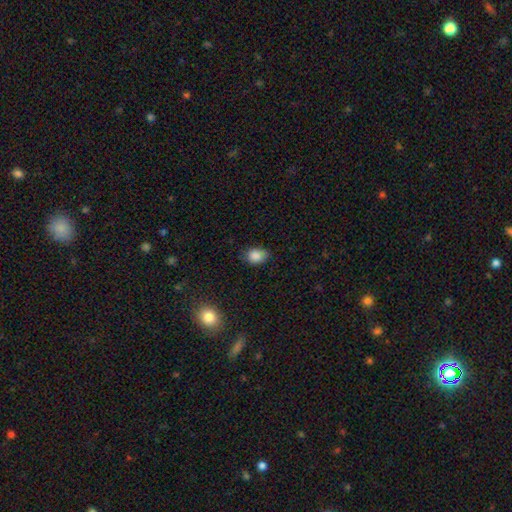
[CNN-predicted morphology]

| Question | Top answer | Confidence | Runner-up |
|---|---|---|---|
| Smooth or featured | smooth | 86% | star or artifact (10%) |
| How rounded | in between | 70% | round (29%) |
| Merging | none | 73% | minor disturbance (22%) |